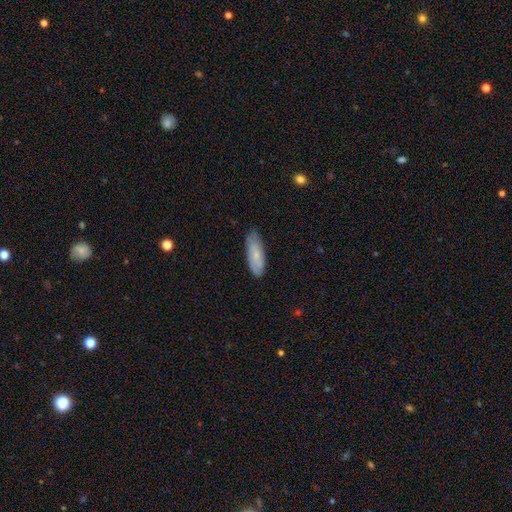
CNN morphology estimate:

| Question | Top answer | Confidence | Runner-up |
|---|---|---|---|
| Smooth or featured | smooth | 66% | featured or disk (27%) |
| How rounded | in between | 64% | cigar-shaped (34%) |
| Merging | none | 76% | minor disturbance (20%) |